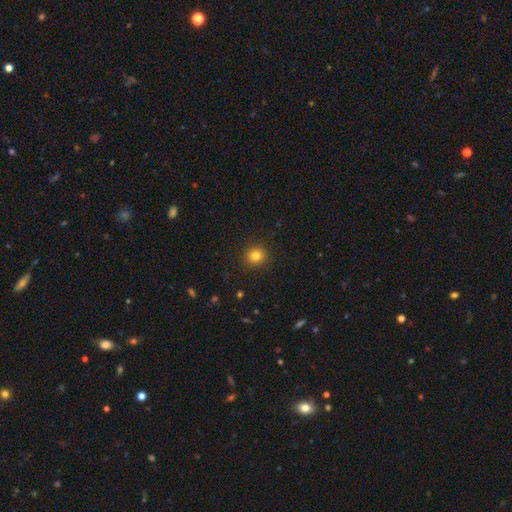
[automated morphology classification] Smooth or featured? Predicted: smooth (p=0.82). How rounded? Predicted: round (p=0.89). Merging? Predicted: none (p=0.91).